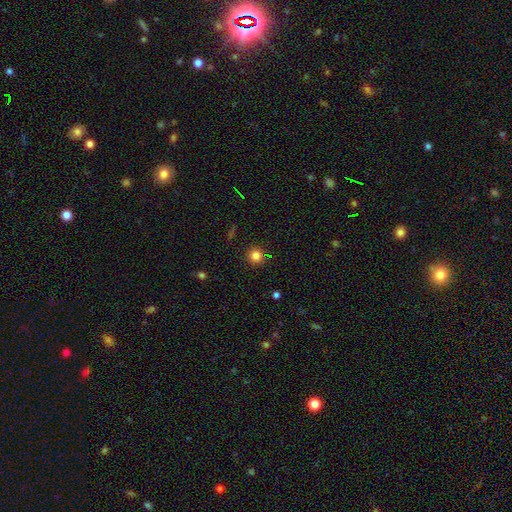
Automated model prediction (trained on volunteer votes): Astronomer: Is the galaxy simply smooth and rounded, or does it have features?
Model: smooth — 81%.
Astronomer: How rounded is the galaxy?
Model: round — 95%.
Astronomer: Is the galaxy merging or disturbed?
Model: none — 91%.